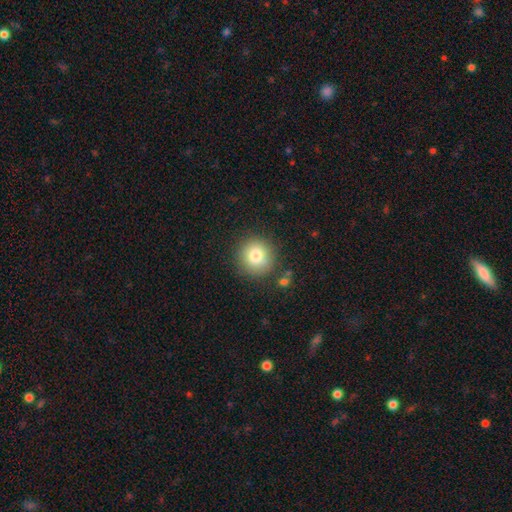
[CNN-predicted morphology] Smooth or featured? smooth (81%)
How rounded? round (94%)
Merging? none (85%)